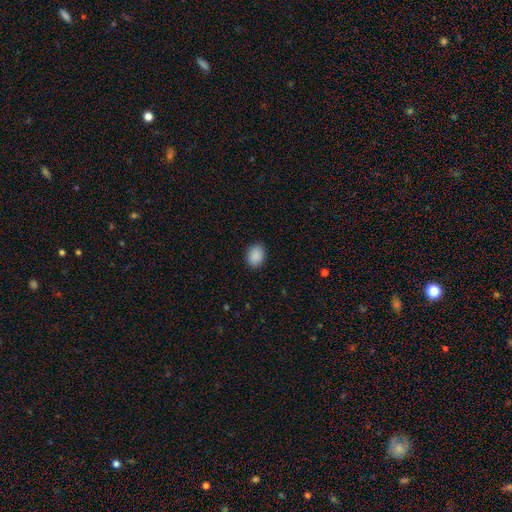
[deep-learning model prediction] The model was most divided on "how rounded": in between: 61%, round: 38%, cigar-shaped: 1%. More confident: smooth or featured — smooth (89%); merging — none (88%).